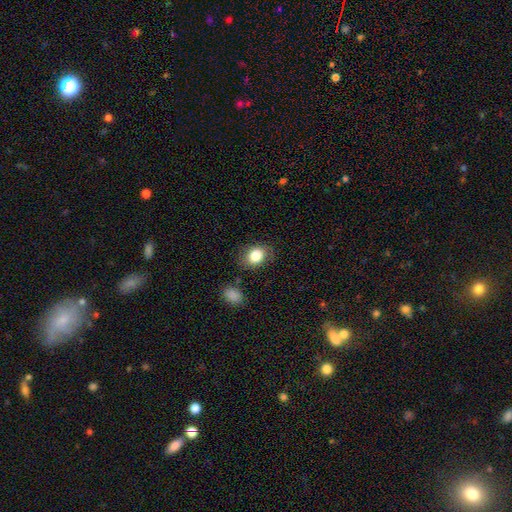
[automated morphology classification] A smooth galaxy with no disk features (82%) that is in between round and cigar-shaped (62%).

Vote fractions:
- Smooth or featured? smooth: 82% / featured or disk: 10% / star or artifact: 8%
- How rounded? in between: 62% / round: 37% / cigar-shaped: 1%
- Merging? none: 74% / minor disturbance: 17% / major disturbance: 5% / merger: 3%